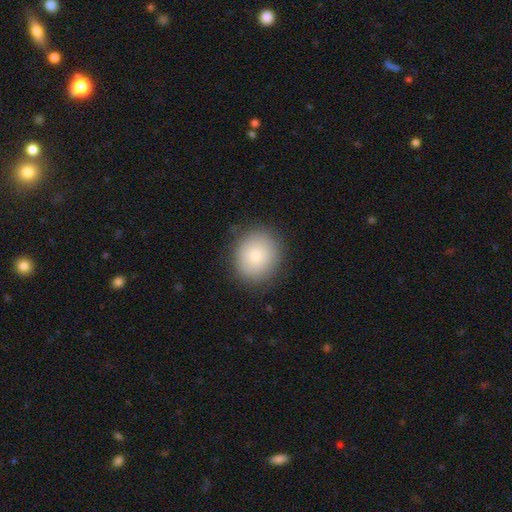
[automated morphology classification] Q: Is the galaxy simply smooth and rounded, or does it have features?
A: smooth — 81%.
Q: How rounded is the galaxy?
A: round — 83%.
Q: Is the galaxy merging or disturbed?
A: none — 85%.